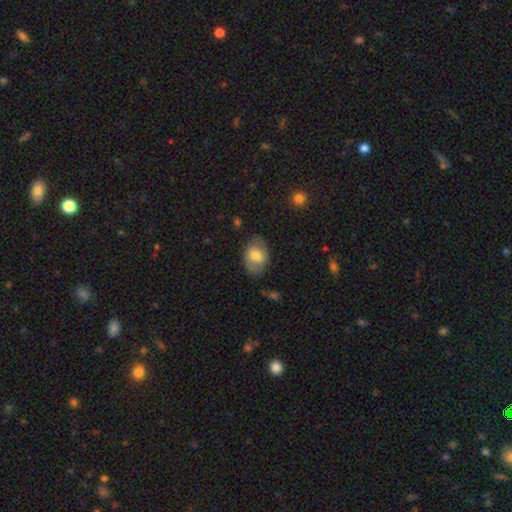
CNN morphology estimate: type=smooth (60%); roundness=in between (80%); merging=none (74%).